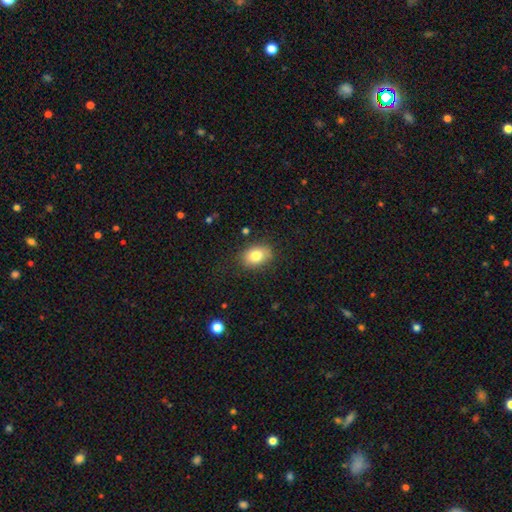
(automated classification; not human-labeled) This appears to be a smooth galaxy with no disk features (81%) that is in between round and cigar-shaped (77%). Merging: none (80%).